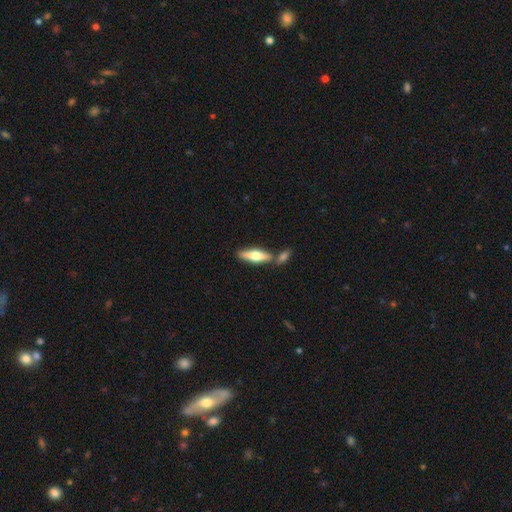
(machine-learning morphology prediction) The model was most divided on "smooth or featured": smooth: 49%, featured or disk: 46%, star or artifact: 5%. More confident: merging — none (64%).